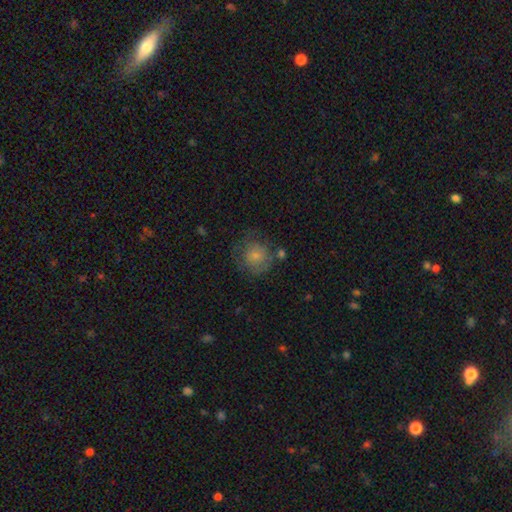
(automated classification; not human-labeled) Smooth or featured? smooth (70%)
How rounded? round (85%)
Merging? none (54%)